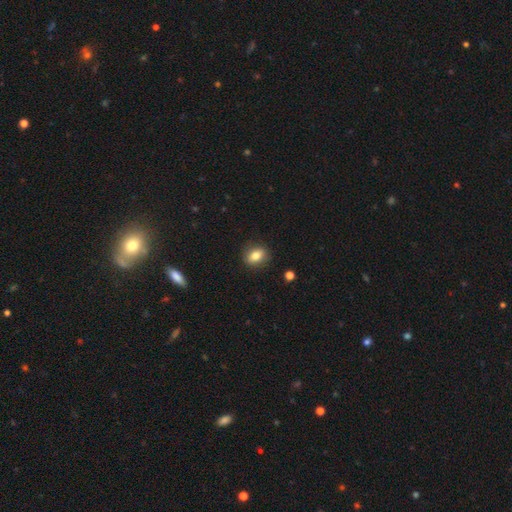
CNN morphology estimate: Smooth or featured: smooth — 79% (featured or disk — 12%)
How rounded: in between — 63% (round — 35%)
Merging: none — 87% (minor disturbance — 10%)